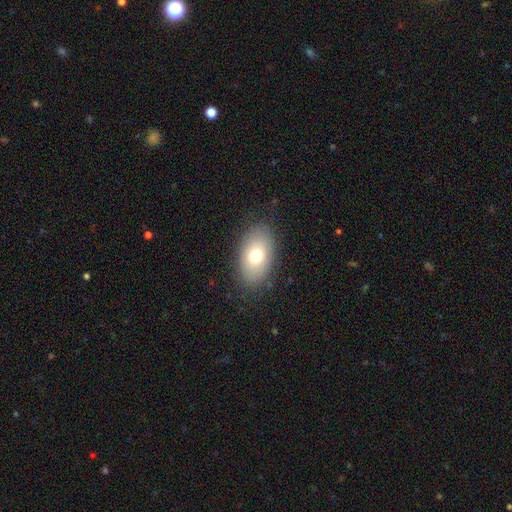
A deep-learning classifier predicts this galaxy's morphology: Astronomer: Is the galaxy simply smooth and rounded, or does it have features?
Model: smooth — 73%.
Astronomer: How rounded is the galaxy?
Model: in between — 91%.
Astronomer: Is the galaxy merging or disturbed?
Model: none — 84%.